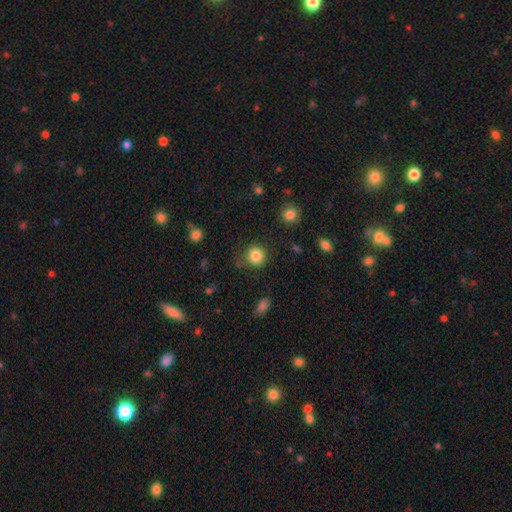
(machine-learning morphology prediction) smooth-or-featured: smooth: 85% | star or artifact: 11% | featured or disk: 4%
  how-rounded: round: 91% | in between: 8% | cigar-shaped: 1%
  merging: none: 80% | minor disturbance: 13% | major disturbance: 5% | merger: 3%